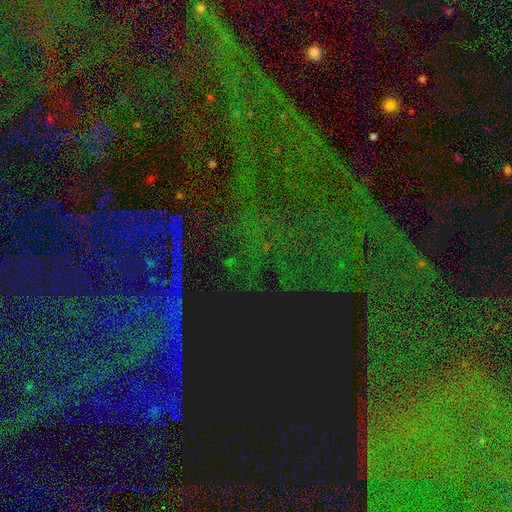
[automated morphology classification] Smooth or featured?
  - star or artifact: 83% *
  - featured or disk: 9%
  - smooth: 9%